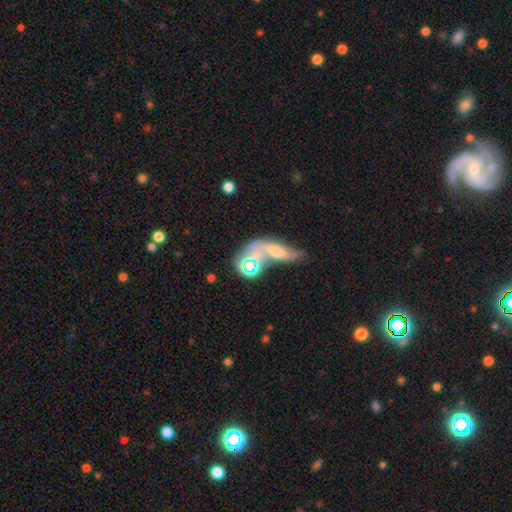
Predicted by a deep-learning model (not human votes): Smooth or featured: smooth — 45% (featured or disk — 32%)
Merging: merger — 44% (none — 27%)